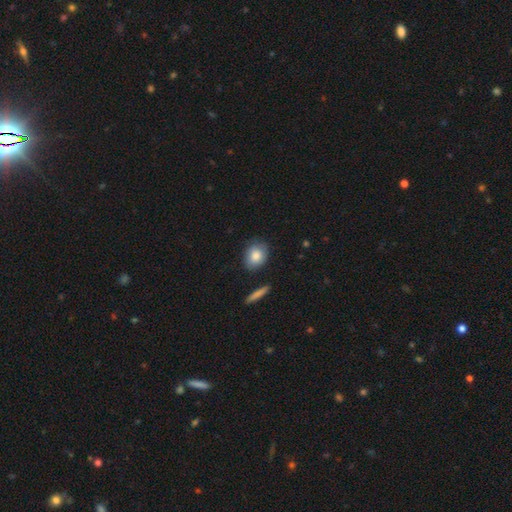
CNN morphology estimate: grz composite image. It shows a smooth galaxy with no disk features (82%) that is in between round and cigar-shaped (53%). Merging: none (78%).